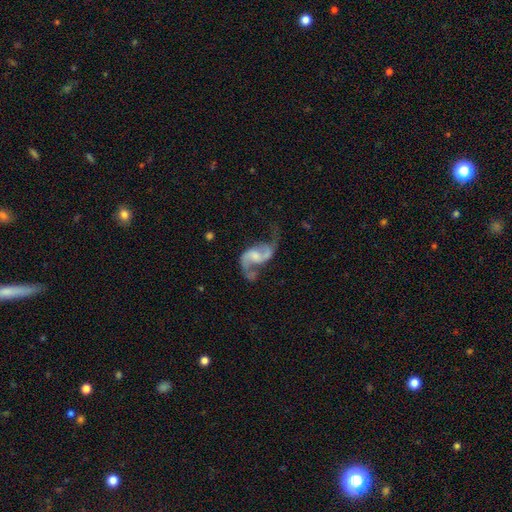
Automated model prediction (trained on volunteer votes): Smooth or featured: featured or disk — 87% (smooth — 8%)
Edge-on disk: no — 98% (yes — 2%)
Bar: weak — 46% (no — 37%)
Spiral arms: yes — 95% (no — 5%)
Spiral winding: loose — 70% (medium — 26%)
Spiral arm count: 2 — 91% (1 — 4%)
Bulge size: moderate — 32% (none — 28%)
Merging: none — 52% (major disturbance — 22%)